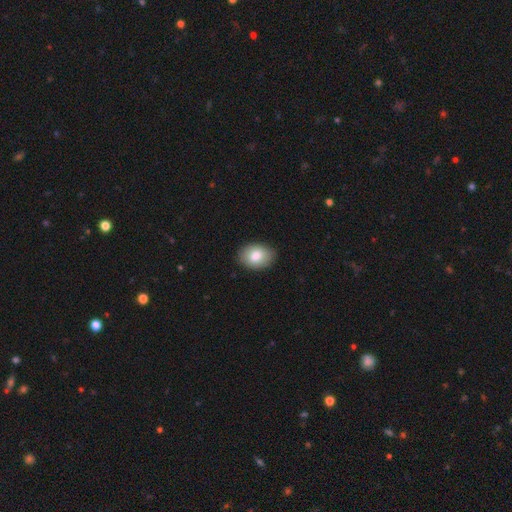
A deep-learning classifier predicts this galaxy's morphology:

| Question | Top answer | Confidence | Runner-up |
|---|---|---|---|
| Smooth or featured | smooth | 83% | featured or disk (10%) |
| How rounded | in between | 79% | round (20%) |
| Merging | none | 88% | minor disturbance (9%) |